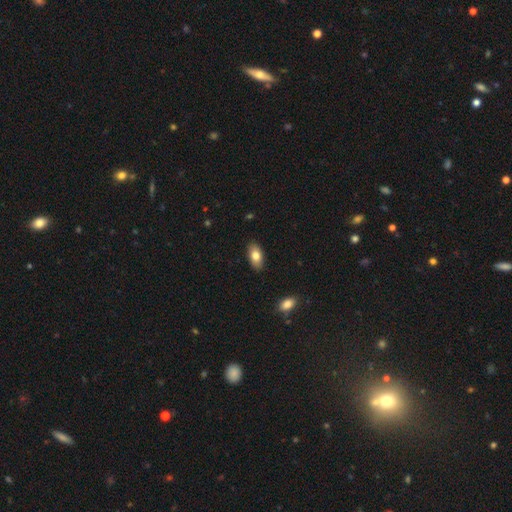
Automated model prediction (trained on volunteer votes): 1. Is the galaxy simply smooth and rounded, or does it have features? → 80% smooth, 13% featured or disk, 7% star or artifact.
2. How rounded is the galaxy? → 92% in between, 4% cigar-shaped, 4% round.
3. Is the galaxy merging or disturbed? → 88% none, 9% minor disturbance, 2% major disturbance, 1% merger.